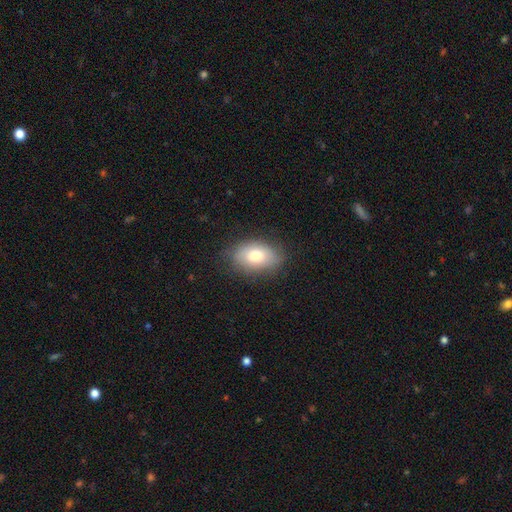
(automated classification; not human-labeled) Morphology: type=smooth (76%); roundness=in between (88%); merging=none (79%).